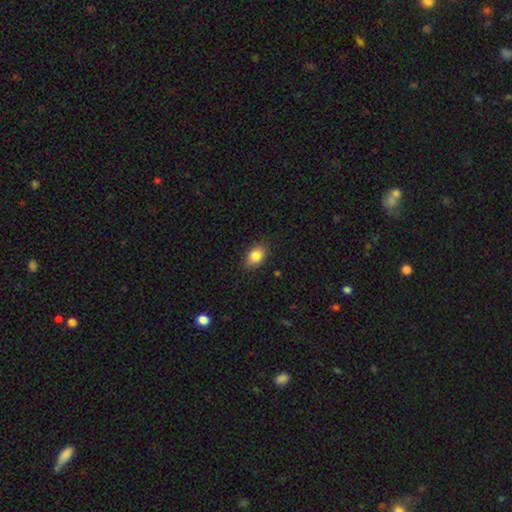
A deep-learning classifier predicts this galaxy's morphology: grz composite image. It shows a smooth galaxy with no disk features (85%) that is in between round and cigar-shaped (81%). Merging: none (84%).